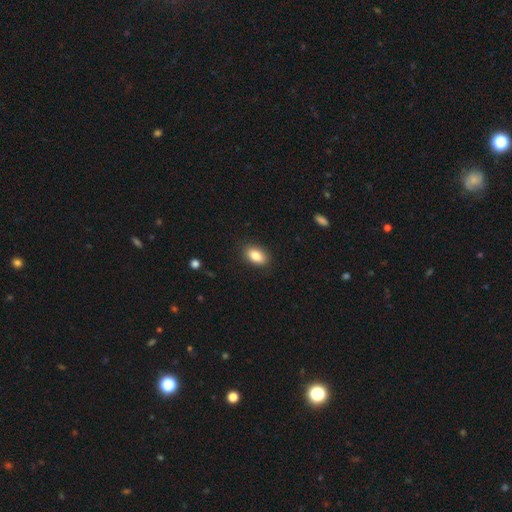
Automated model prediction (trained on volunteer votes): Q: Smooth or featured?
A: smooth (86%); runner-up: star or artifact (8%)
Q: How rounded?
A: in between (89%); runner-up: round (9%)
Q: Merging?
A: none (88%); runner-up: minor disturbance (9%)